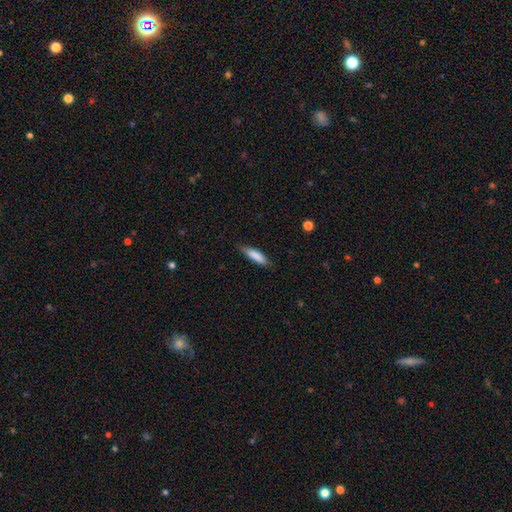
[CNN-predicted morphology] This is clearly a smooth galaxy (83%). How rounded: likely cigar-shaped (68%). Merging: likely none (78%).